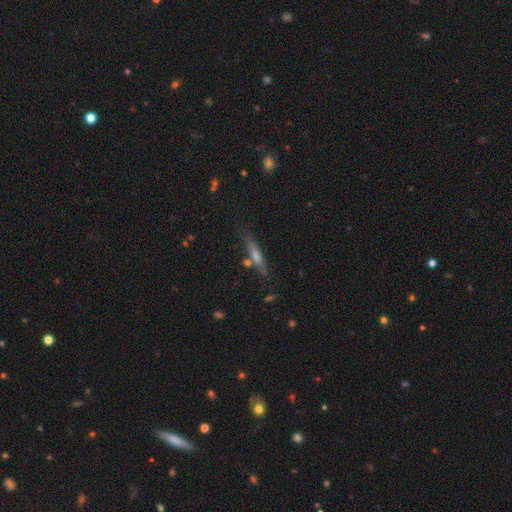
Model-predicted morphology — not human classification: Smooth or featured: featured or disk — 47% (smooth — 43%)
Merging: none — 78% (minor disturbance — 13%)